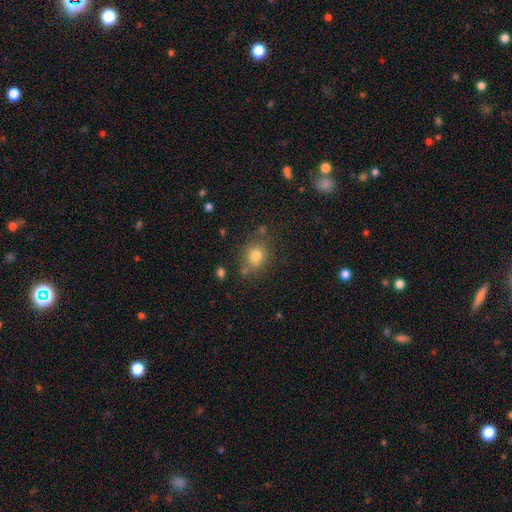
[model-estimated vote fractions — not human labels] Morphology: type=smooth (78%); roundness=round (58%); merging=none (71%).